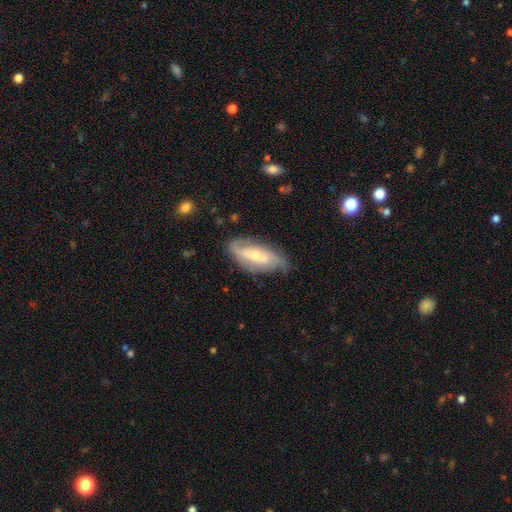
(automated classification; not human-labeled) A featured or disk galaxy (70%) with no bar (42%), 2 (60%) medium (40%) spiral arms (89%) and a small central bulge (51%).

Vote fractions:
- Smooth or featured? featured or disk: 70% / smooth: 24% / star or artifact: 6%
- Edge-on disk? no: 90% / yes: 10%
- Bar? no: 42% / weak: 38% / strong: 20%
- Spiral arms? yes: 89% / no: 11%
- Spiral winding? medium: 40% / tight: 38% / loose: 22%
- Spiral arm count? 2: 60% / can't tell: 23% / 3: 8% / 1: 4% / 4: 2% / more than 4: 2%
- Bulge size? small: 51% / moderate: 42% / large: 4% / none: 3% / dominant: 1%
- Merging? none: 70% / minor disturbance: 22% / major disturbance: 7% / merger: 2%